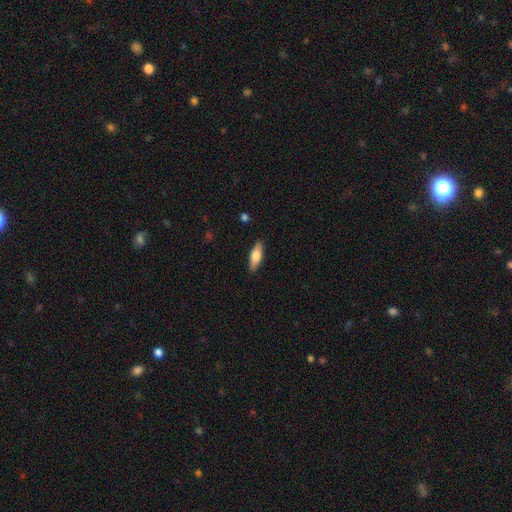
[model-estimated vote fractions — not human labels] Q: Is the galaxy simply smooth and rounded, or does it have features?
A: smooth — 65%.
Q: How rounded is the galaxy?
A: in between — 62%.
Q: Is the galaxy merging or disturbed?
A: none — 88%.